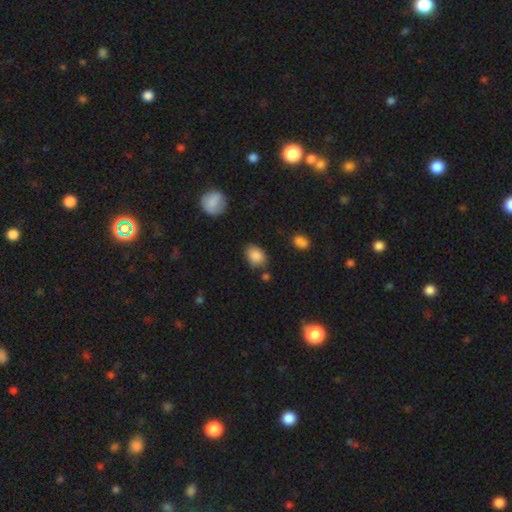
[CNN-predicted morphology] Smooth or featured?
  - smooth: 87% *
  - star or artifact: 8%
  - featured or disk: 5%
How rounded?
  - in between: 72% *
  - round: 27%
  - cigar-shaped: 1%
Merging?
  - none: 73% *
  - minor disturbance: 18%
  - merger: 4%
  - major disturbance: 4%